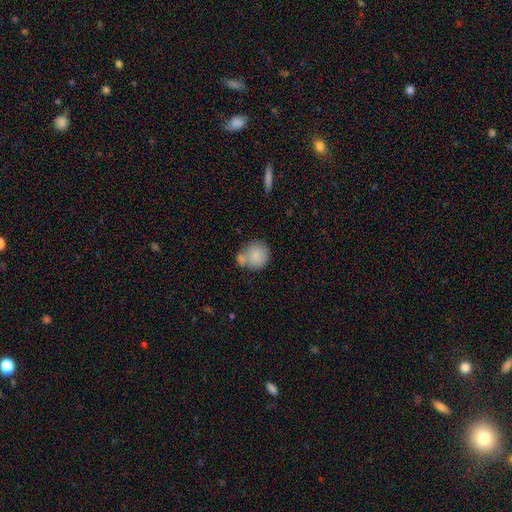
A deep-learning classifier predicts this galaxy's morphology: This appears to be a smooth galaxy with no disk features (84%) that is round (85%). Merging: none (46%).